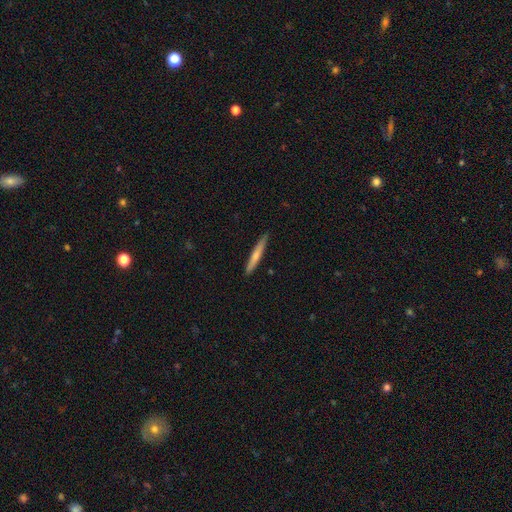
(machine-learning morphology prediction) Q: Smooth or featured?
A: smooth (66%); runner-up: featured or disk (29%)
Q: How rounded?
A: cigar-shaped (96%); runner-up: in between (3%)
Q: Merging?
A: none (89%); runner-up: minor disturbance (9%)